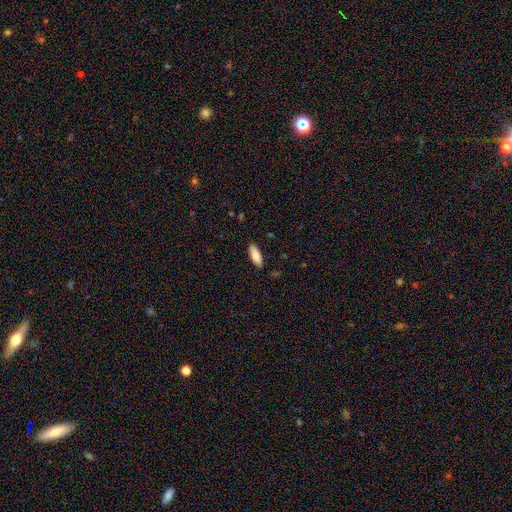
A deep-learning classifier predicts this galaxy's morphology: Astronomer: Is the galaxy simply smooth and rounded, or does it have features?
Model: smooth — 86%.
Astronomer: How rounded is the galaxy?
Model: in between — 71%.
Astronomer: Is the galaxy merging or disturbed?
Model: none — 88%.